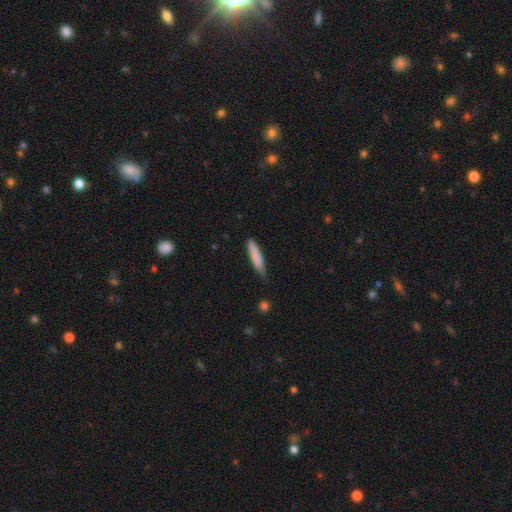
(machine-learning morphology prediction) smooth 82%, featured or disk 12%, star or artifact 6%. Down the decision tree: how rounded — cigar-shaped (85%); merging — none (63%).